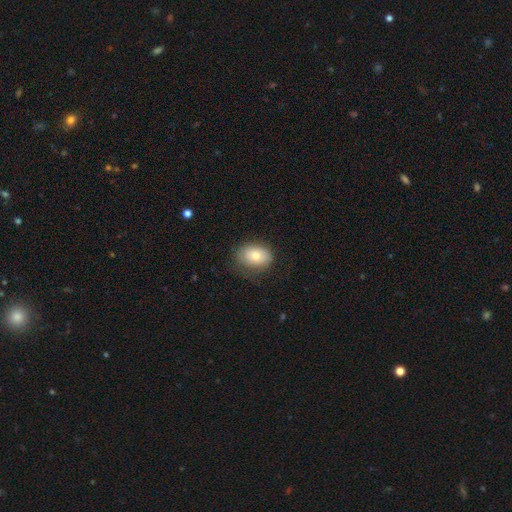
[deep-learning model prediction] This appears to be a smooth galaxy with no disk features (73%) that is in between round and cigar-shaped (76%). Merging: none (70%).